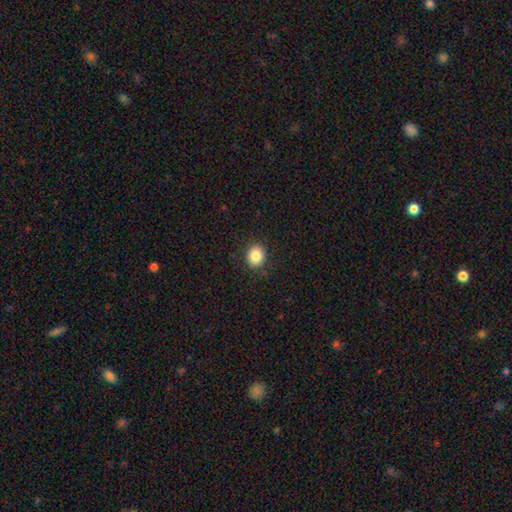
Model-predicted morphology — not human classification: smooth_or_featured: smooth (p=0.84) [alt: star or artifact p=0.10]
how_rounded: round (p=0.76) [alt: in between p=0.23]
merging: none (p=0.89) [alt: minor disturbance p=0.08]